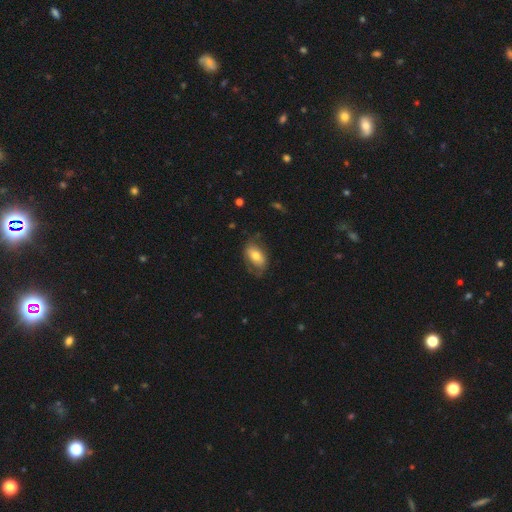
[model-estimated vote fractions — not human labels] The model was most divided on "smooth or featured": smooth: 58%, featured or disk: 35%, star or artifact: 7%. More confident: how rounded — in between (89%); merging — none (57%).